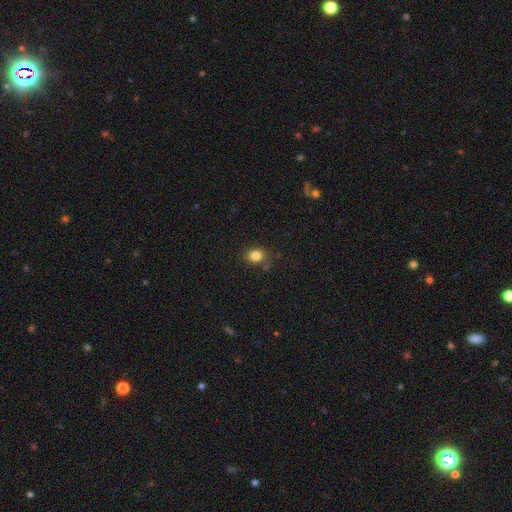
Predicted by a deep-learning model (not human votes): The model was most divided on "how rounded": round: 55%, in between: 44%, cigar-shaped: 1%. More confident: smooth or featured — smooth (82%); merging — none (81%).